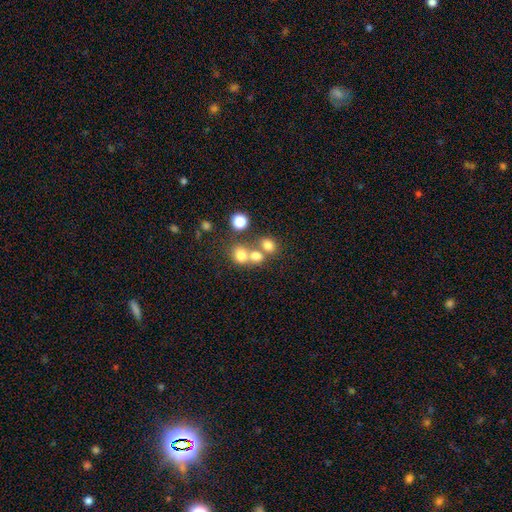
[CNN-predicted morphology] Overall: smooth (72%). How rounded: round (70%). Merging: merger (46%; none 43%).